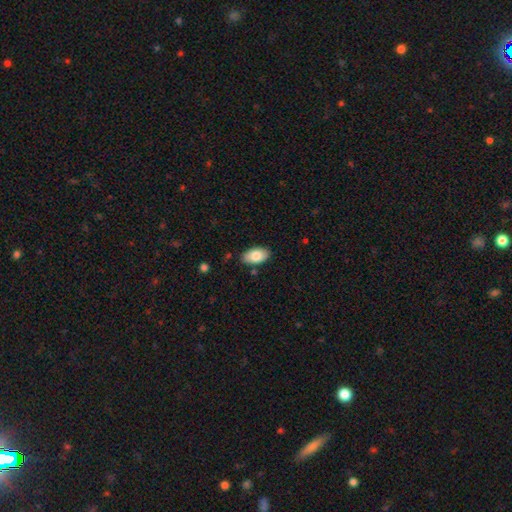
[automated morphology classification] Smooth or featured: smooth — 83% (featured or disk — 10%)
How rounded: in between — 94% (round — 4%)
Merging: none — 83% (minor disturbance — 12%)